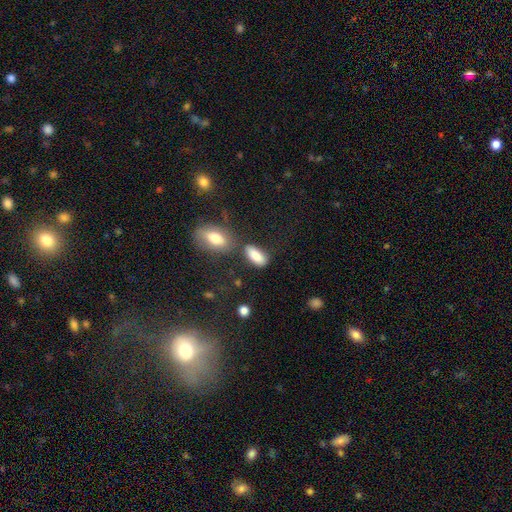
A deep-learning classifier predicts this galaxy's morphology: A smooth galaxy with no disk features (84%) that is in between round and cigar-shaped (86%). Merging: none (64%).